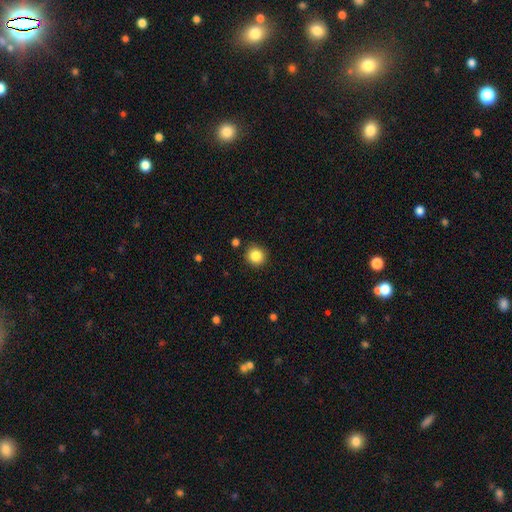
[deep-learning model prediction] Q: Smooth or featured?
A: smooth (86%); runner-up: star or artifact (10%)
Q: How rounded?
A: round (89%); runner-up: in between (10%)
Q: Merging?
A: none (89%); runner-up: minor disturbance (7%)